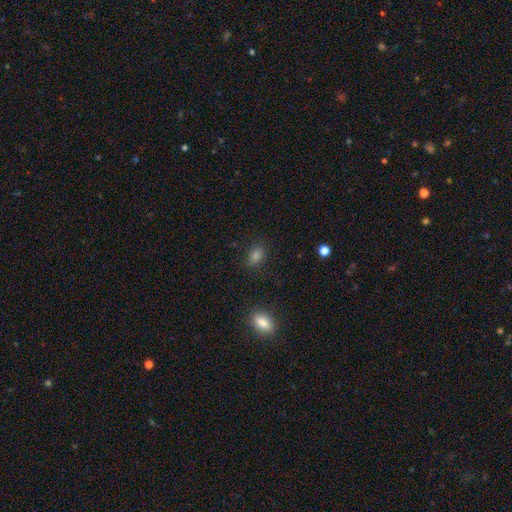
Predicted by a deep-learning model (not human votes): Smooth or featured? smooth (81%)
How rounded? in between (76%)
Merging? none (85%)